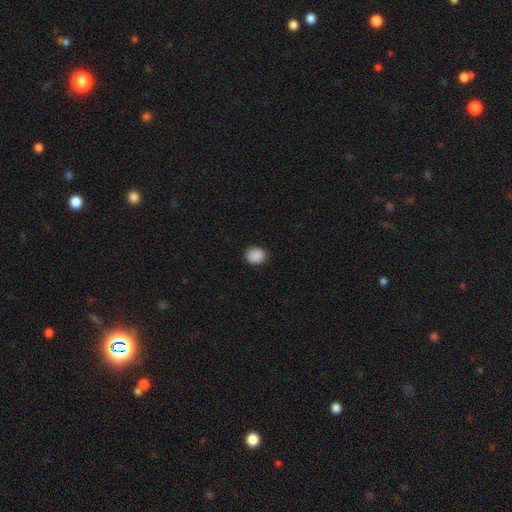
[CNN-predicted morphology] Smooth or featured: smooth — 89% (star or artifact — 9%)
How rounded: round — 70% (in between — 30%)
Merging: none — 88% (minor disturbance — 9%)